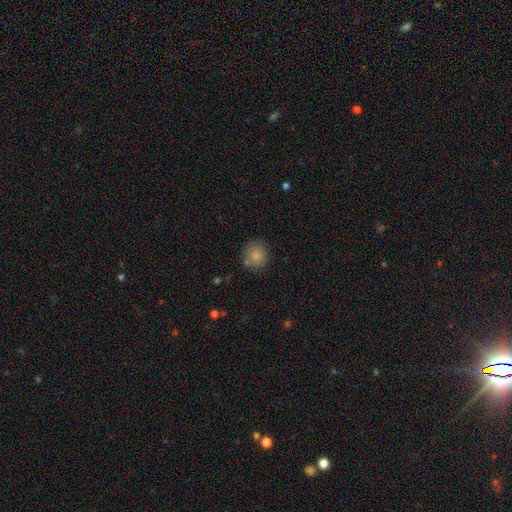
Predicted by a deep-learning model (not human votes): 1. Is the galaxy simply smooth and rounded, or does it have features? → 84% smooth, 9% star or artifact, 6% featured or disk.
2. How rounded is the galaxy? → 88% round, 11% in between, 1% cigar-shaped.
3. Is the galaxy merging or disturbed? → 79% none, 11% minor disturbance, 6% merger, 3% major disturbance.